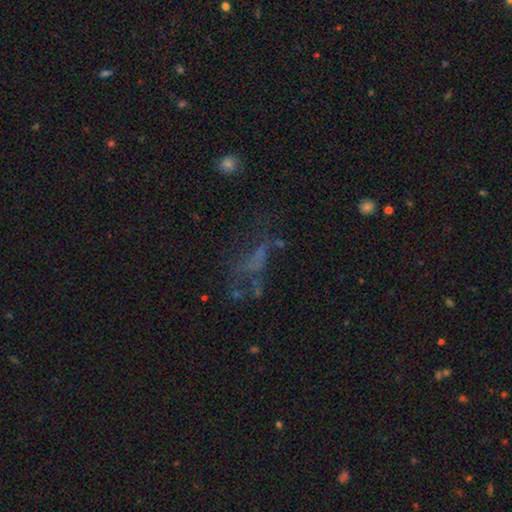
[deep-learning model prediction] smooth-or-featured: featured or disk: 37% | star or artifact: 34% | smooth: 30%
  merging: none: 43% | major disturbance: 32% | minor disturbance: 17% | merger: 8%